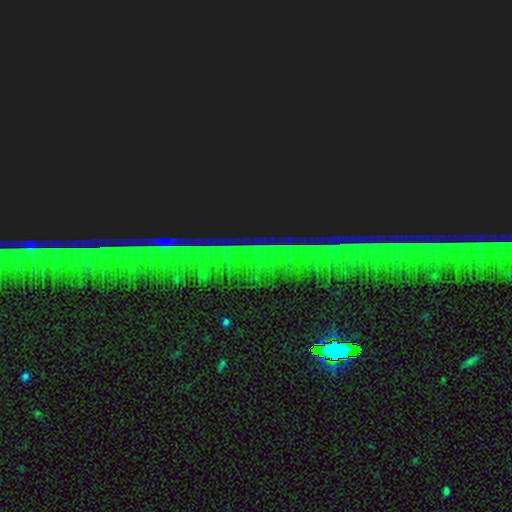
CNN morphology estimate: The model was most divided on "smooth or featured": star or artifact: 86%, featured or disk: 8%, smooth: 6%.